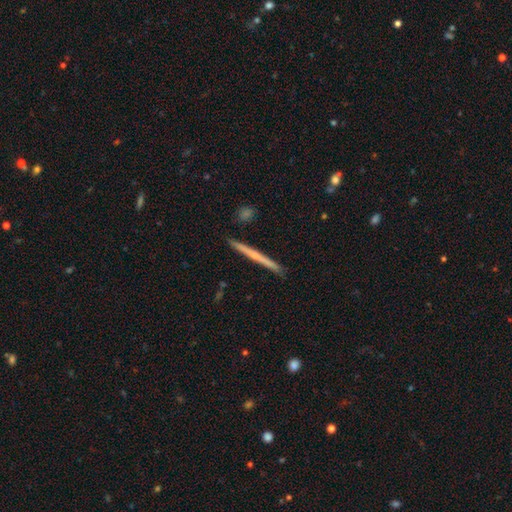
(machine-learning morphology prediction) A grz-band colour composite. It shows a featured or disk galaxy (48%). Merging: none (92%).